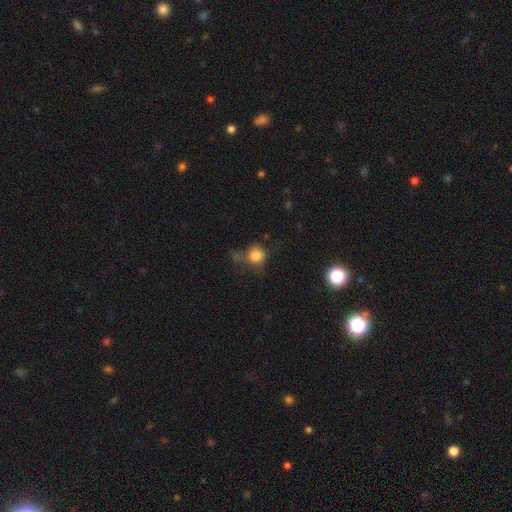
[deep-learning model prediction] Smooth or featured? Predicted: smooth (p=0.78). How rounded? Predicted: round (p=0.80). Merging? Predicted: none (p=0.48).